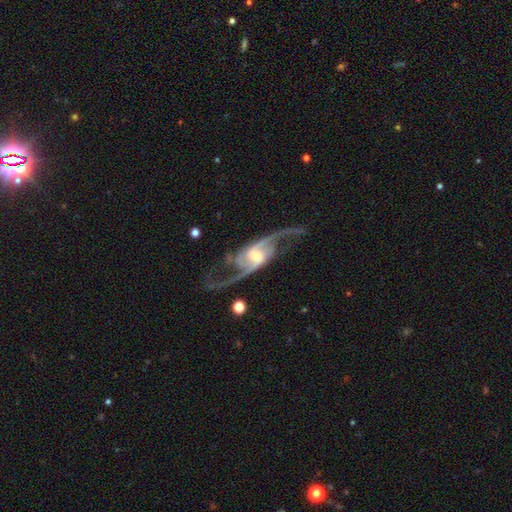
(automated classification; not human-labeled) smooth_or_featured: featured or disk (p=0.92) [alt: star or artifact p=0.05]
disk_edge_on: no (p=0.96) [alt: yes p=0.04]
bar: weak (p=0.42) [alt: no p=0.33]
has_spiral_arms: yes (p=0.98) [alt: no p=0.02]
spiral_winding: loose (p=0.69) [alt: medium p=0.26]
spiral_arm_count: 2 (p=0.91) [alt: 3 p=0.03]
bulge_size: small (p=0.48) [alt: moderate p=0.42]
merging: none (p=0.71) [alt: minor disturbance p=0.13]